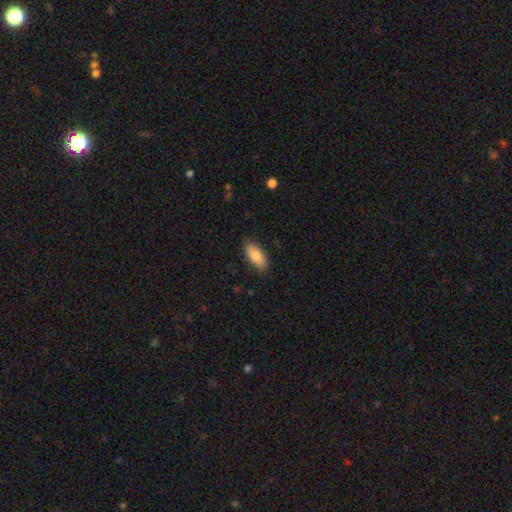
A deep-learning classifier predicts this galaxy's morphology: type=smooth (84%); roundness=in between (86%); merging=none (84%).